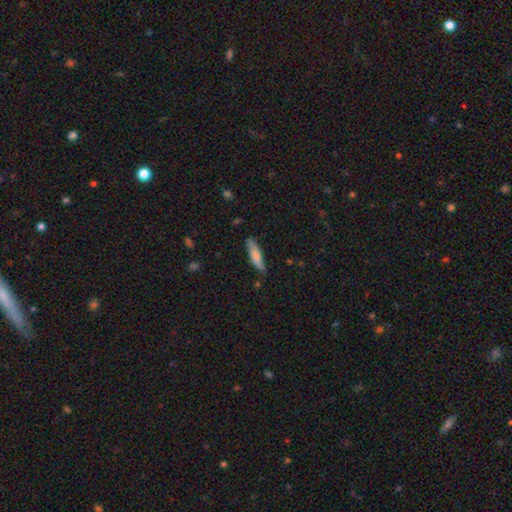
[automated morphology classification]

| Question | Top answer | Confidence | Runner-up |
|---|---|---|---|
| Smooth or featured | smooth | 76% | featured or disk (18%) |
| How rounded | cigar-shaped | 76% | in between (23%) |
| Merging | none | 77% | minor disturbance (18%) |